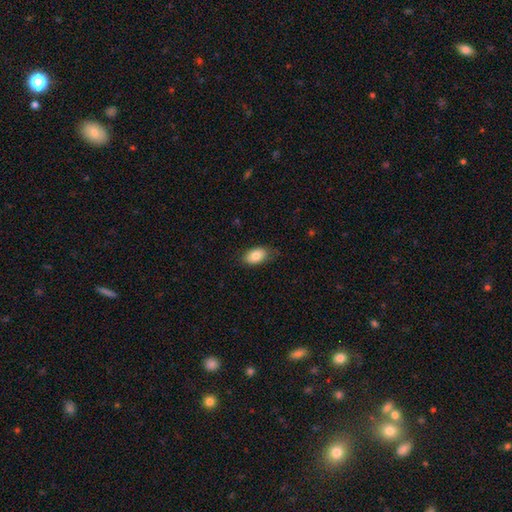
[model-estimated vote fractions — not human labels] smooth-or-featured: smooth: 83% | featured or disk: 10% | star or artifact: 7%
  how-rounded: in between: 92% | round: 6% | cigar-shaped: 2%
  merging: none: 76% | minor disturbance: 19% | major disturbance: 4% | merger: 1%